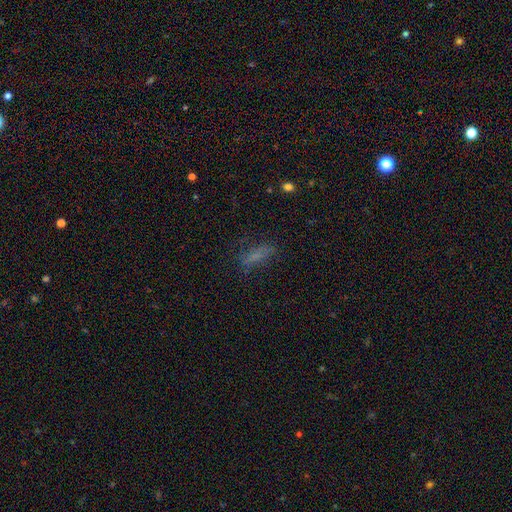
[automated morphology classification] Smooth or featured? smooth (58%)
How rounded? in between (49%)
Merging? none (64%)